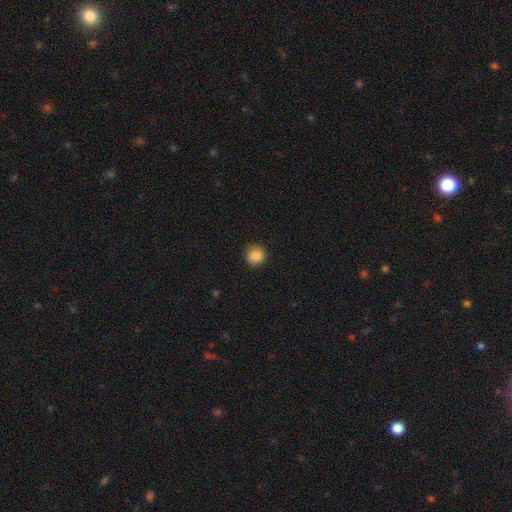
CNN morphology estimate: Smooth or featured? smooth (88%)
How rounded? round (89%)
Merging? none (89%)